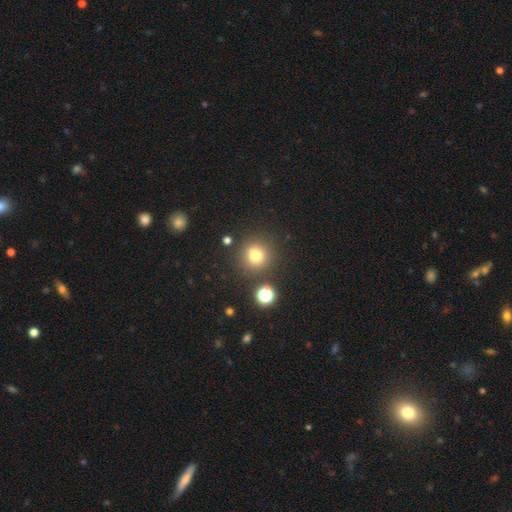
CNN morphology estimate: Smooth or featured?
  - smooth: 74% *
  - star or artifact: 17%
  - featured or disk: 9%
How rounded?
  - round: 89% *
  - in between: 10%
  - cigar-shaped: 1%
Merging?
  - none: 76% *
  - minor disturbance: 10%
  - merger: 10%
  - major disturbance: 4%